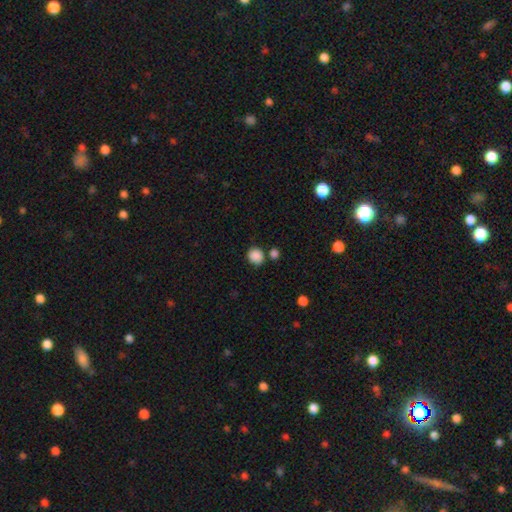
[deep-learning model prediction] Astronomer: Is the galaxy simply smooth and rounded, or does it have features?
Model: smooth — 87%.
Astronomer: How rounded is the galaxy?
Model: round — 80%.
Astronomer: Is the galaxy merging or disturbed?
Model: none — 73%.